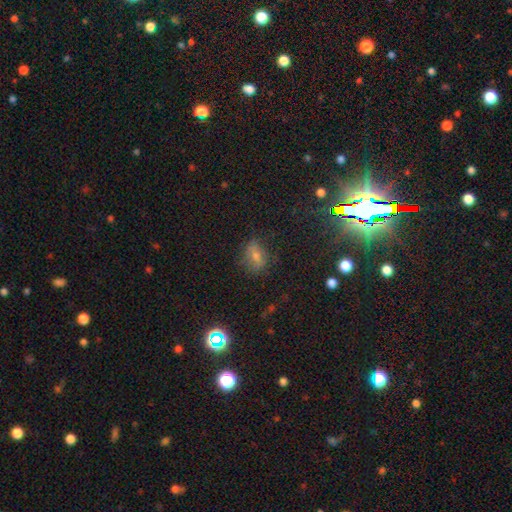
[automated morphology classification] smooth-or-featured: smooth: 59% | featured or disk: 21% | star or artifact: 20%
  how-rounded: in between: 70% | round: 27% | cigar-shaped: 4%
  merging: none: 71% | minor disturbance: 19% | major disturbance: 8% | merger: 2%